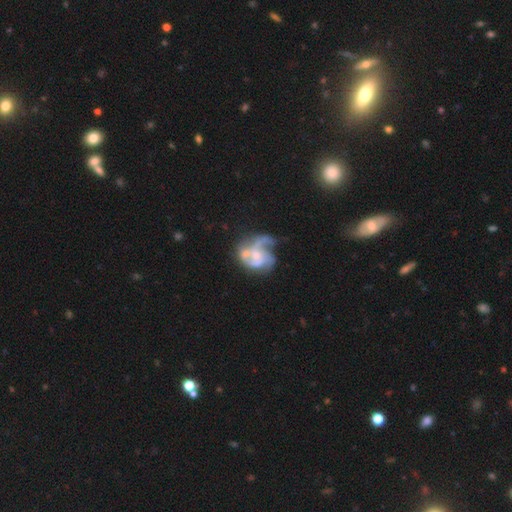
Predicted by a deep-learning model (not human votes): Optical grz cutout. It shows a featured or disk galaxy (82%) with no bar (70%), 3 (47%) medium (49%) spiral arms (90%) and a moderate central bulge (43%). Merging: none (36%).